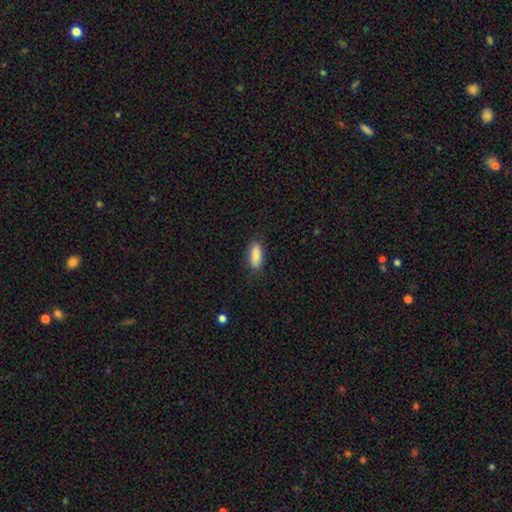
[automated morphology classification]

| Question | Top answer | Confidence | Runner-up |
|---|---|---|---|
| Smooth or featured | smooth | 87% | featured or disk (7%) |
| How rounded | in between | 73% | cigar-shaped (24%) |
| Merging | none | 83% | minor disturbance (13%) |